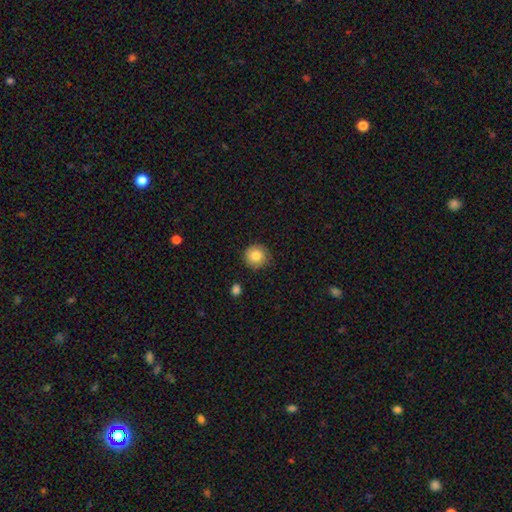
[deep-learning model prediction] The model was most divided on "smooth or featured": smooth: 83%, star or artifact: 9%, featured or disk: 8%. More confident: how rounded — round (94%); merging — none (87%).